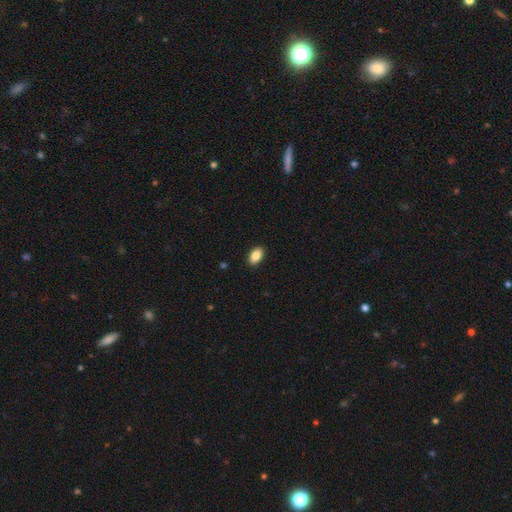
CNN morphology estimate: Smooth or featured? smooth (87%)
How rounded? in between (91%)
Merging? none (90%)